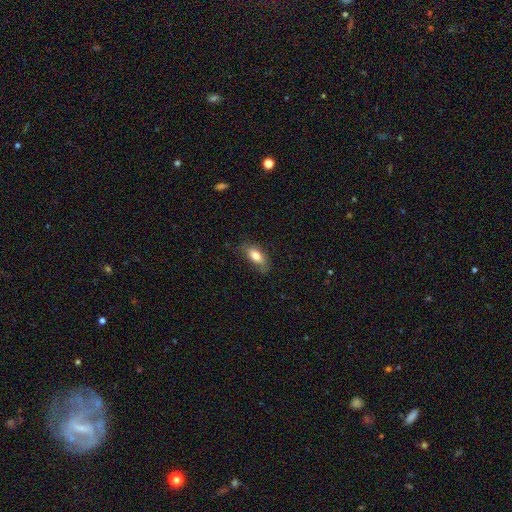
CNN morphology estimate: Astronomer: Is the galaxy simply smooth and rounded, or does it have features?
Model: smooth — 77%.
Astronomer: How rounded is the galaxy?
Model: in between — 87%.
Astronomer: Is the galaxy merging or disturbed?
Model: none — 69%.